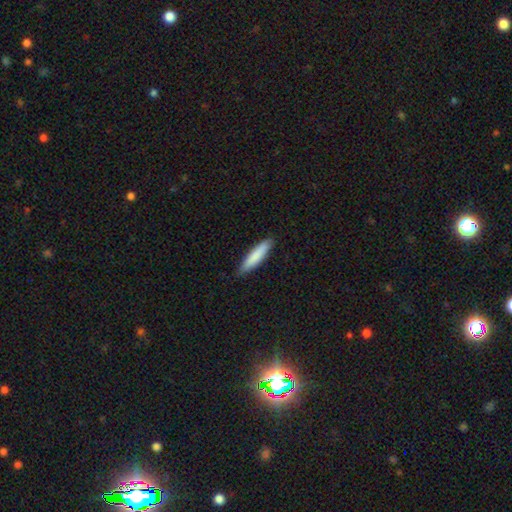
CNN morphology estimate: Smooth or featured: smooth — 83% (featured or disk — 12%)
How rounded: cigar-shaped — 82% (in between — 17%)
Merging: none — 84% (minor disturbance — 13%)